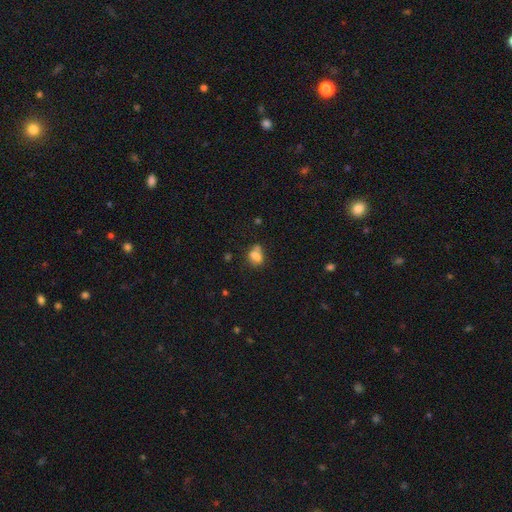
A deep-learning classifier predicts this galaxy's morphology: Overall: smooth (74%). How rounded: in between (63%; round 34%). Merging: none (44%; merger 28%).